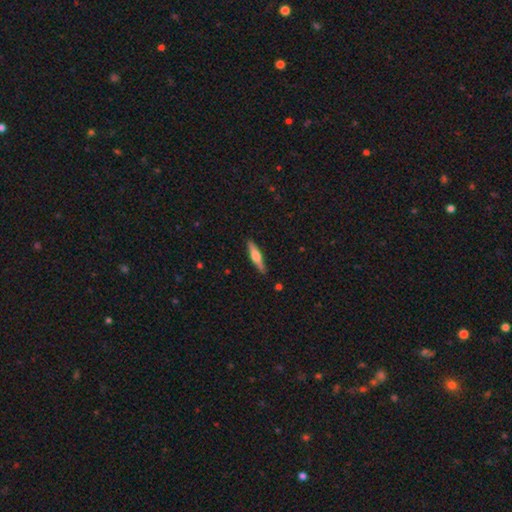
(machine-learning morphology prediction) The model was most divided on "smooth or featured": featured or disk: 49%, smooth: 45%, star or artifact: 6%. More confident: merging — none (88%).